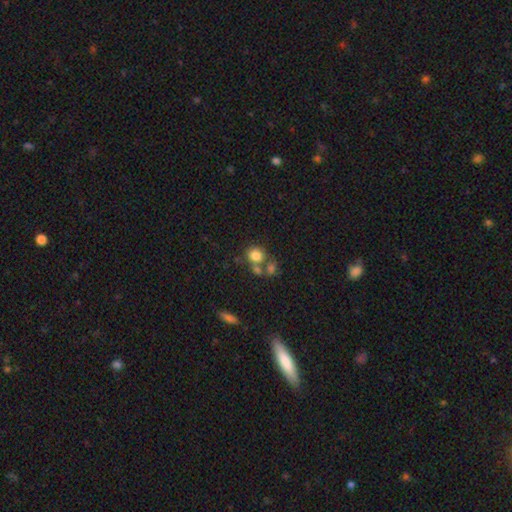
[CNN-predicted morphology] A smooth galaxy with no disk features (79%) that is round (79%).

Vote fractions:
- Smooth or featured? smooth: 79% / star or artifact: 12% / featured or disk: 10%
- How rounded? round: 79% / in between: 20% / cigar-shaped: 1%
- Merging? none: 50% / merger: 34% / minor disturbance: 10% / major disturbance: 5%